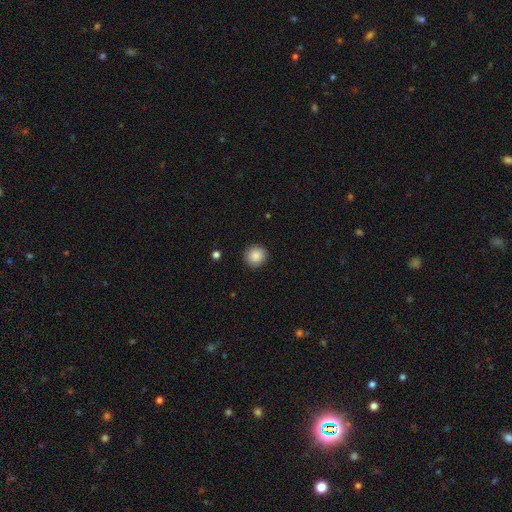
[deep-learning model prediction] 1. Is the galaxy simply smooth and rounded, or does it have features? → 87% smooth, 8% star or artifact, 4% featured or disk.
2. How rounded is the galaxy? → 93% round, 6% in between, 1% cigar-shaped.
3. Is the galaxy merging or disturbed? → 91% none, 6% minor disturbance, 2% major disturbance, 1% merger.